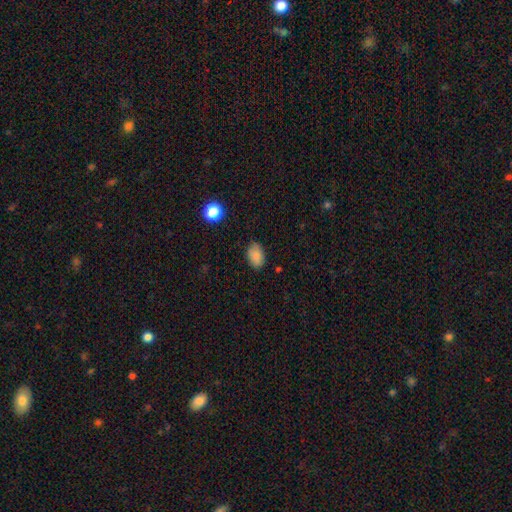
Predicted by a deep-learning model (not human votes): smooth 86%, star or artifact 9%, featured or disk 5%. Down the decision tree: how rounded — in between (85%); merging — none (81%).